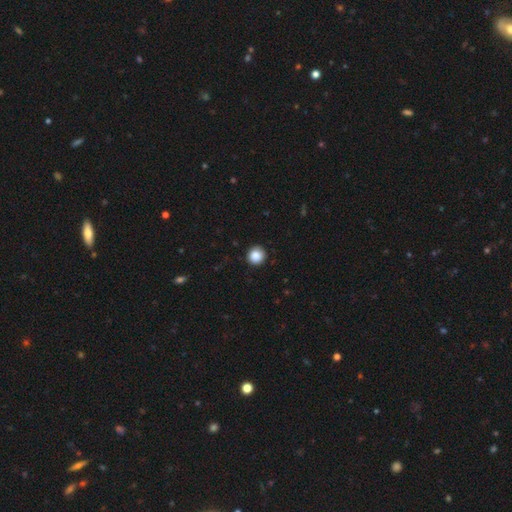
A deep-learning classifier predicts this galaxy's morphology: This appears to be a smooth galaxy with no disk features (88%) that is round (93%). Merging: none (91%).